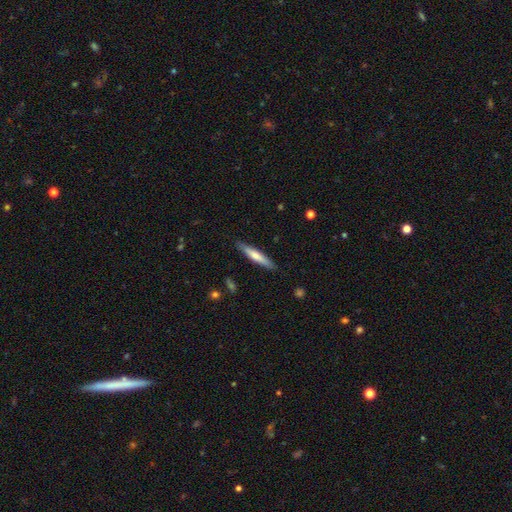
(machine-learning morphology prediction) The model was most divided on "smooth or featured": smooth: 63%, featured or disk: 32%, star or artifact: 5%. More confident: how rounded — cigar-shaped (91%); merging — none (88%).